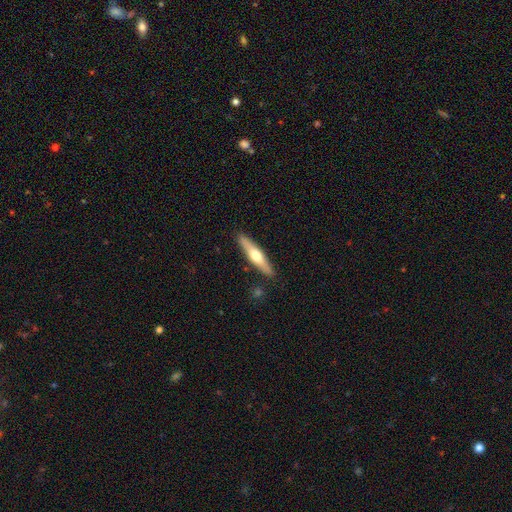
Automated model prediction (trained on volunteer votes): Smooth or featured? Predicted: featured or disk (p=0.50). Merging? Predicted: none (p=0.89).